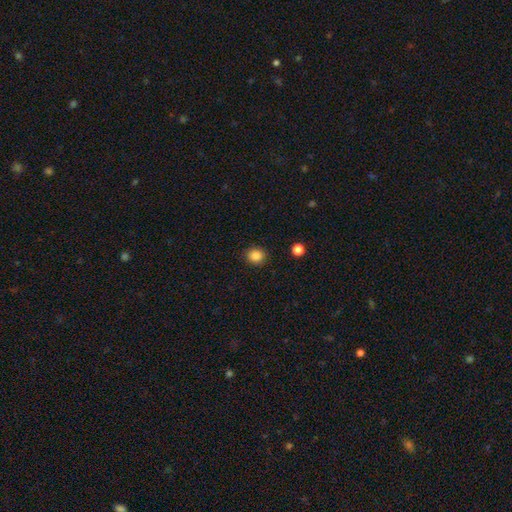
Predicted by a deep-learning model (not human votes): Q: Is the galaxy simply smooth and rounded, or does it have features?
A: smooth — 86%.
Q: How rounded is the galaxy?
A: round — 78%.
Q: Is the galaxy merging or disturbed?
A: none — 90%.